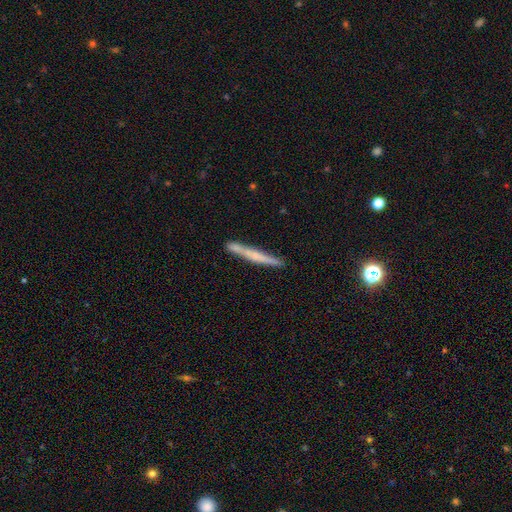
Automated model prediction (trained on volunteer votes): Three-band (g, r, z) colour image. It shows a smooth galaxy with no disk features (48%). Merging: none (81%).